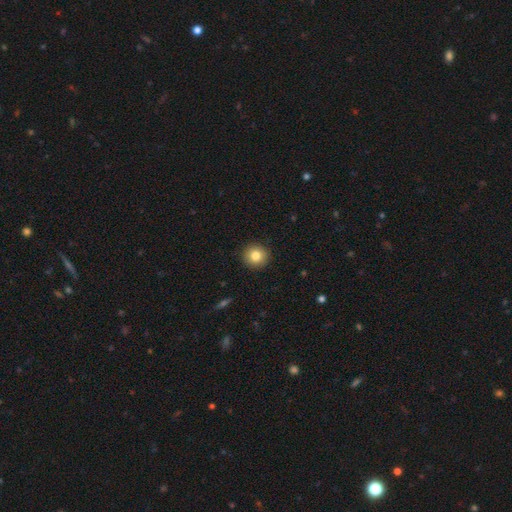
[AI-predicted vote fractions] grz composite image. It shows a smooth galaxy with no disk features (83%) that is round (93%). Merging: none (92%).